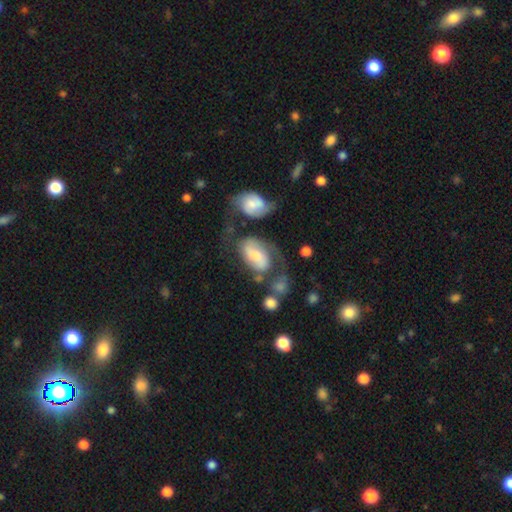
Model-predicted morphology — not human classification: Smooth or featured: featured or disk — 65% (smooth — 29%)
Edge-on disk: no — 96% (yes — 4%)
Bar: no — 44% (weak — 42%)
Spiral arms: yes — 86% (no — 14%)
Spiral winding: medium — 45% (loose — 30%)
Spiral arm count: 2 — 79% (can't tell — 11%)
Bulge size: moderate — 58% (small — 25%)
Merging: none — 38% (major disturbance — 21%)